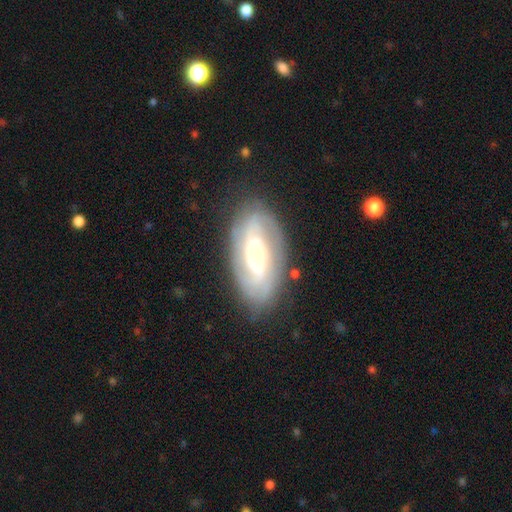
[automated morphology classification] Smooth or featured: featured or disk — 74% (smooth — 19%)
Edge-on disk: no — 94% (yes — 6%)
Bar: no — 59% (weak — 29%)
Spiral arms: yes — 87% (no — 13%)
Spiral winding: tight — 64% (medium — 28%)
Spiral arm count: 2 — 40% (can't tell — 39%)
Bulge size: small — 55% (moderate — 30%)
Merging: none — 78% (minor disturbance — 15%)